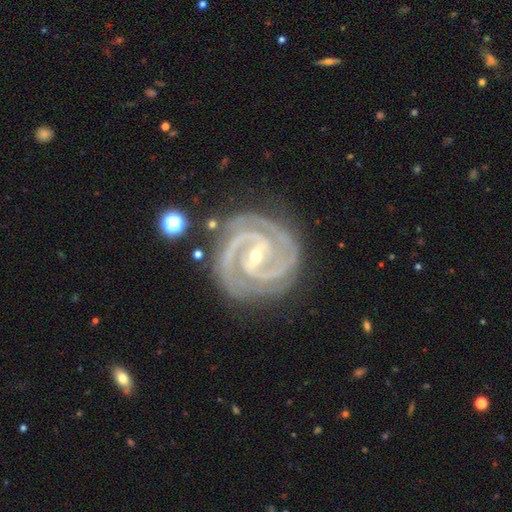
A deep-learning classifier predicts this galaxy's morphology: A featured or disk galaxy (94%) with a strong bar (44%), 2 (72%) tight (69%) spiral arms (99%) and a small central bulge (74%). Merging: none (80%).